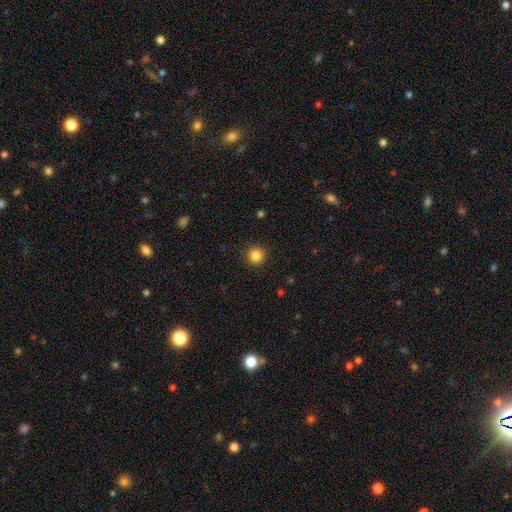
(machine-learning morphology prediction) A smooth galaxy with no disk features (85%) that is round (94%).

Vote fractions:
- Smooth or featured? smooth: 85% / star or artifact: 11% / featured or disk: 4%
- How rounded? round: 94% / in between: 5% / cigar-shaped: 1%
- Merging? none: 92% / minor disturbance: 5% / major disturbance: 2% / merger: 1%